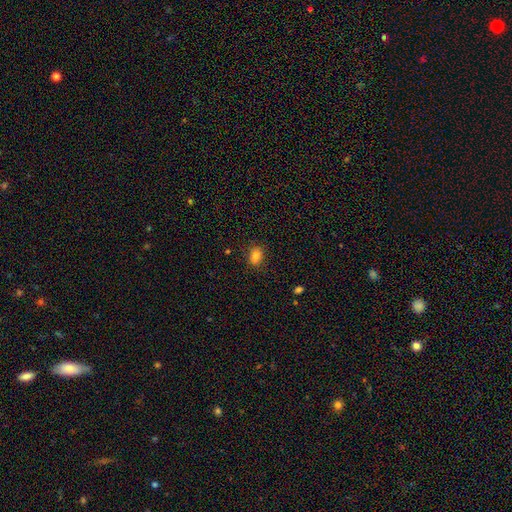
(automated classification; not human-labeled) Smooth or featured: smooth — 82% (star or artifact — 11%)
How rounded: in between — 70% (round — 28%)
Merging: none — 84% (minor disturbance — 11%)